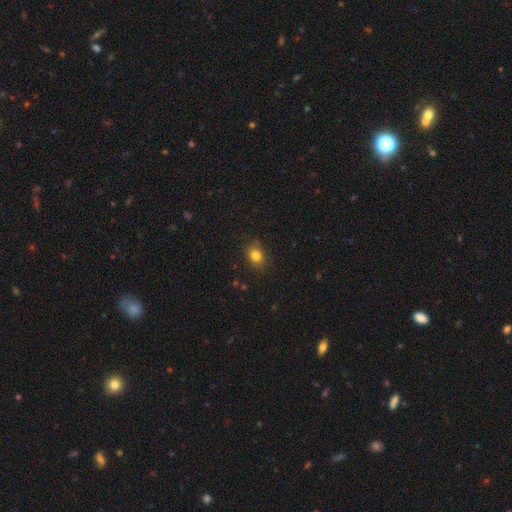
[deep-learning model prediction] This appears to be a smooth galaxy with no disk features (82%) that is round (56%). Merging: none (84%).